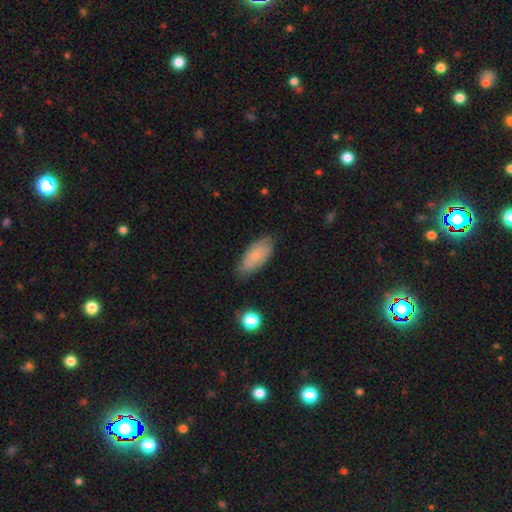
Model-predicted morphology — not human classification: Overall: smooth (64%; featured or disk 30%). How rounded: in between (88%). Merging: none (73%).